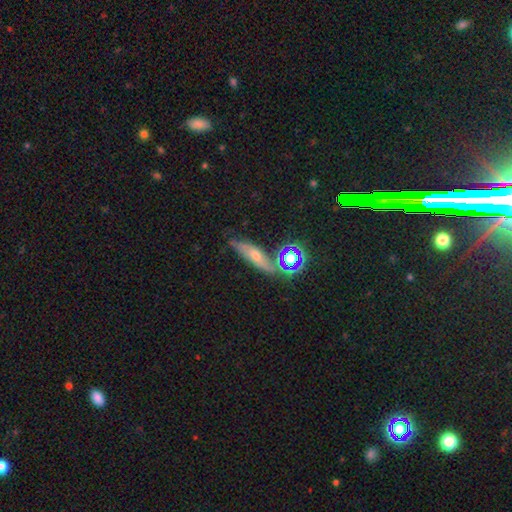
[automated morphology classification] The model was most divided on "smooth or featured": featured or disk: 44%, smooth: 29%, star or artifact: 27%. More confident: merging — none (63%).